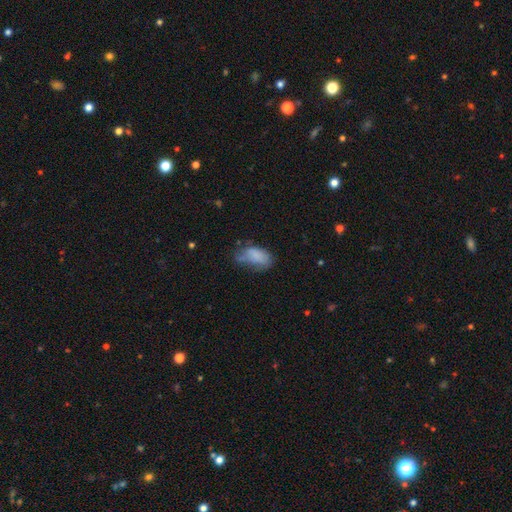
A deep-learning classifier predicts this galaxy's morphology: A smooth galaxy with no disk features (75%) that is in between round and cigar-shaped (92%).

Vote fractions:
- Smooth or featured? smooth: 75% / featured or disk: 16% / star or artifact: 9%
- How rounded? in between: 92% / round: 5% / cigar-shaped: 3%
- Merging? minor disturbance: 36% / none: 33% / major disturbance: 24% / merger: 6%